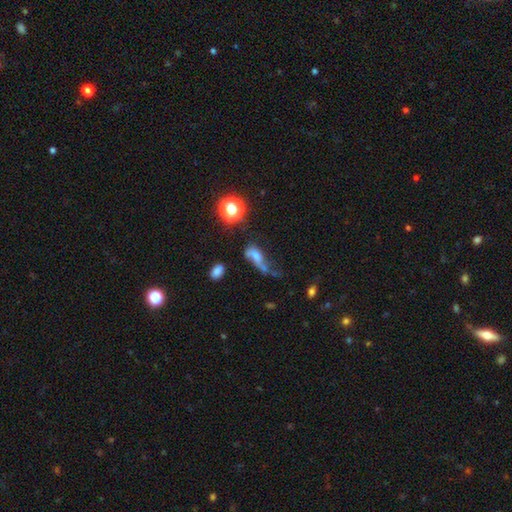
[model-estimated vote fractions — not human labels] A smooth galaxy with no disk features (45%).

Vote fractions:
- Smooth or featured? smooth: 45% / featured or disk: 35% / star or artifact: 21%
- Merging? major disturbance: 35% / none: 25% / merger: 21% / minor disturbance: 19%